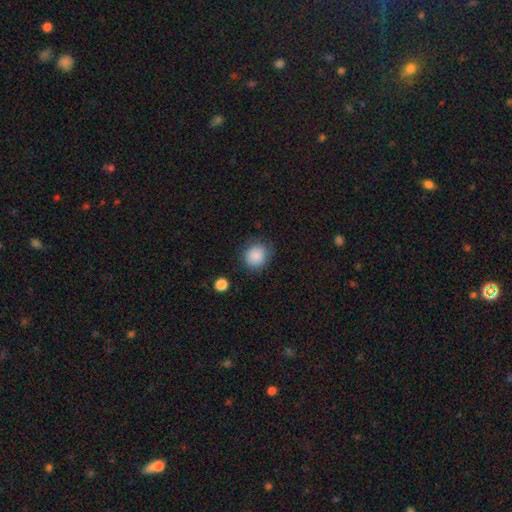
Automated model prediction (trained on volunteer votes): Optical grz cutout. It shows a smooth galaxy with no disk features (87%) that is round (83%). Merging: none (81%).